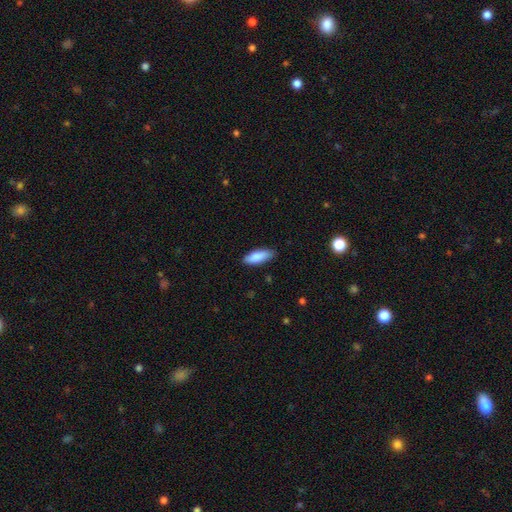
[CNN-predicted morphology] Smooth or featured: smooth — 87% (featured or disk — 7%)
How rounded: in between — 68% (cigar-shaped — 30%)
Merging: none — 85% (minor disturbance — 12%)